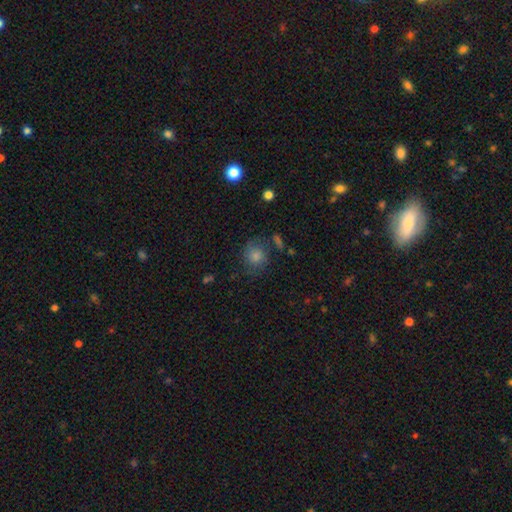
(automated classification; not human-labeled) A smooth galaxy with no disk features (57%) that is round (78%).

Vote fractions:
- Smooth or featured? smooth: 57% / featured or disk: 23% / star or artifact: 19%
- How rounded? round: 78% / in between: 21% / cigar-shaped: 1%
- Merging? none: 69% / minor disturbance: 18% / major disturbance: 9% / merger: 4%